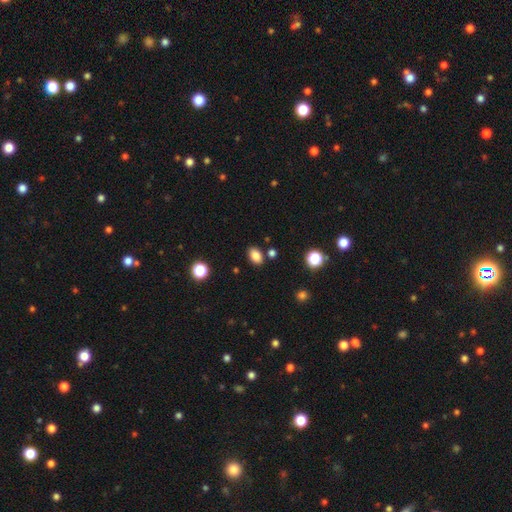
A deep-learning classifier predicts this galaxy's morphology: The model was most divided on "how rounded": in between: 83%, round: 15%, cigar-shaped: 1%. More confident: smooth or featured — smooth (84%); merging — none (83%).